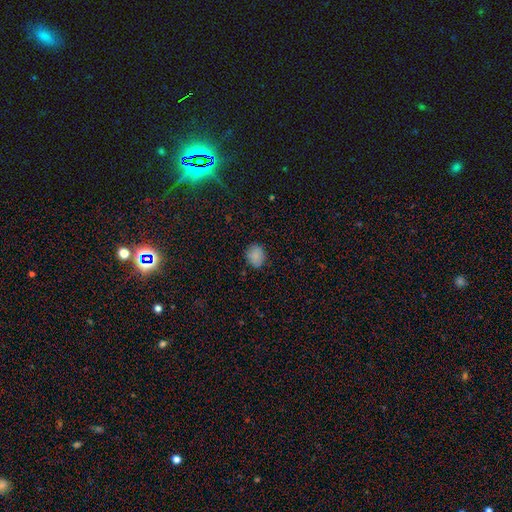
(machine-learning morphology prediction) smooth_or_featured: smooth (p=0.87) [alt: star or artifact p=0.10]
how_rounded: round (p=0.63) [alt: in between p=0.36]
merging: none (p=0.86) [alt: minor disturbance p=0.10]